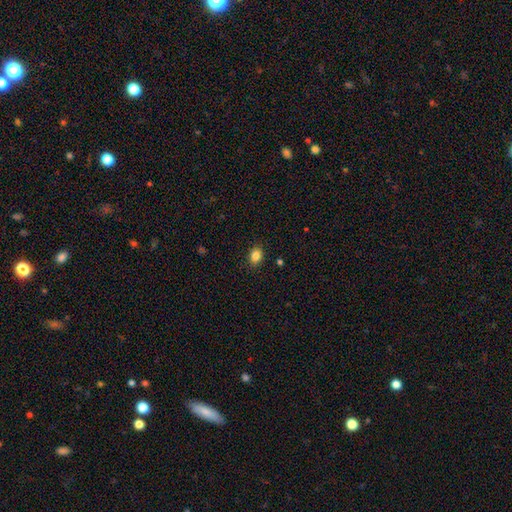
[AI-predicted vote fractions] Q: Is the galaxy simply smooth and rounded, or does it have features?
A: smooth — 85%.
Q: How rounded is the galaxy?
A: in between — 63%.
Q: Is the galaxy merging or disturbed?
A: none — 89%.